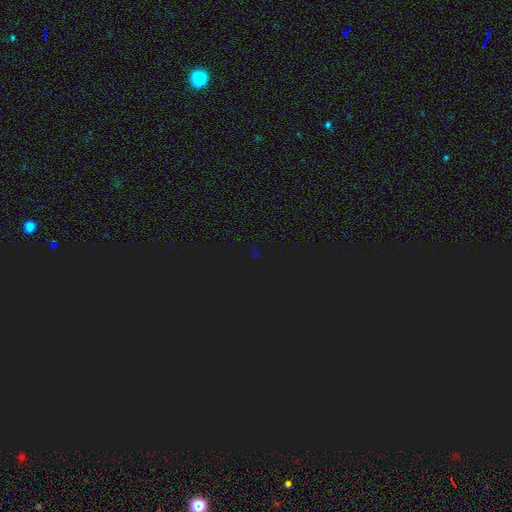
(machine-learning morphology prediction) star or artifact 78%, smooth 15%, featured or disk 7%.